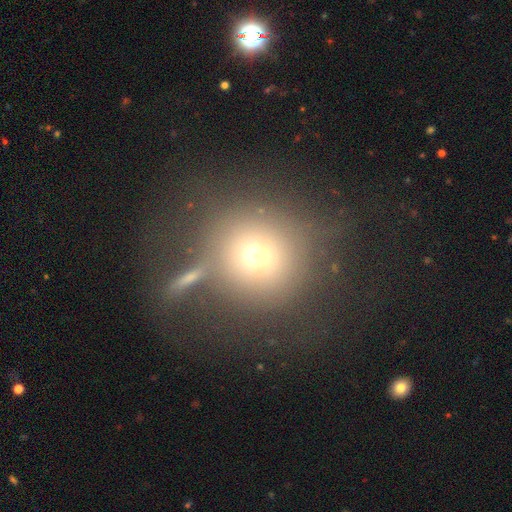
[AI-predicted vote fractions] This appears to be a smooth galaxy with no disk features (63%) that is round (92%). Merging: none (58%).